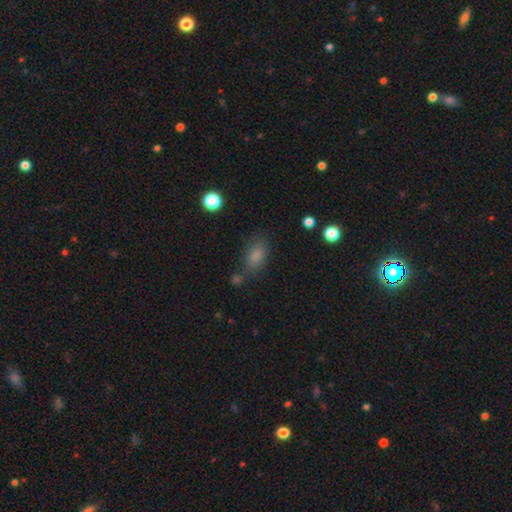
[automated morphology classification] type=smooth (81%); roundness=in between (86%); merging=none (68%).